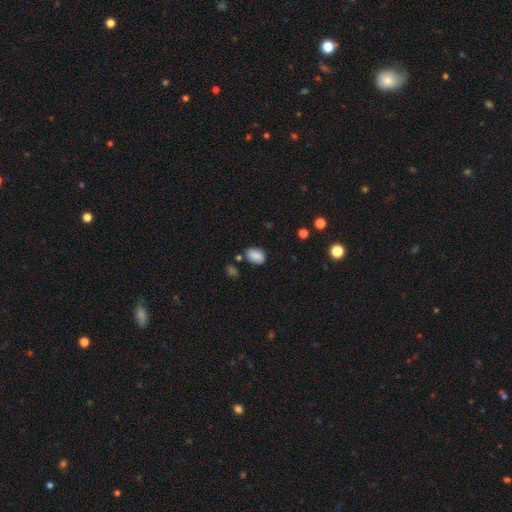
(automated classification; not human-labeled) Overall: smooth (86%). How rounded: in between (84%). Merging: none (74%).